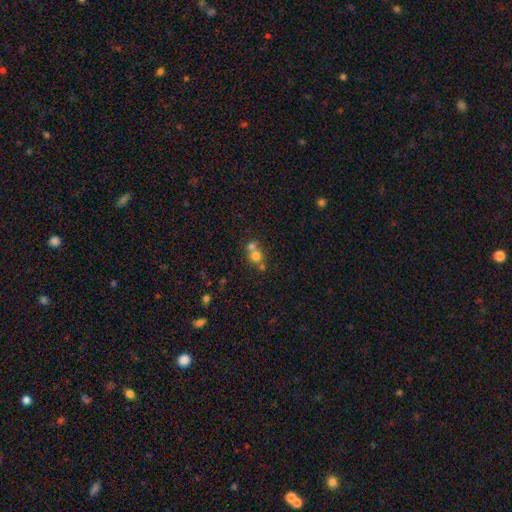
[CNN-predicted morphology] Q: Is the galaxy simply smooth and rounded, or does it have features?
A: smooth — 71%.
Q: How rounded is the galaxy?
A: round — 81%.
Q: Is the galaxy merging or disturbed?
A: merger — 54%.